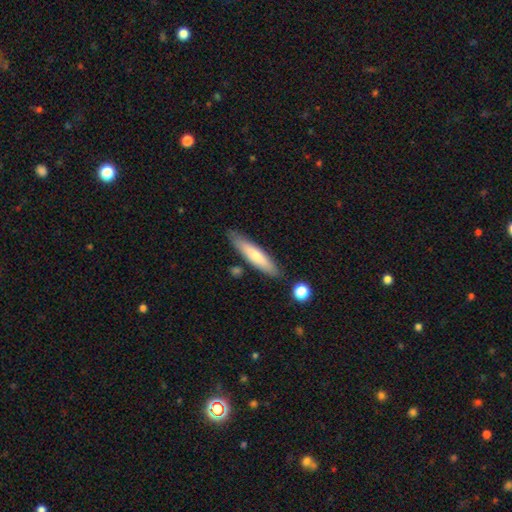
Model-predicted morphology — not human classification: Smooth or featured? smooth (68%)
How rounded? cigar-shaped (83%)
Merging? none (81%)